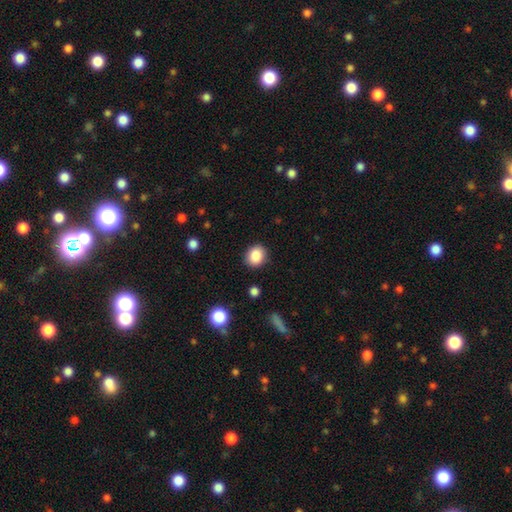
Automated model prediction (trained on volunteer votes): The model was most divided on "how rounded": round: 65%, in between: 34%, cigar-shaped: 1%. More confident: merging — none (87%); smooth or featured — smooth (87%).